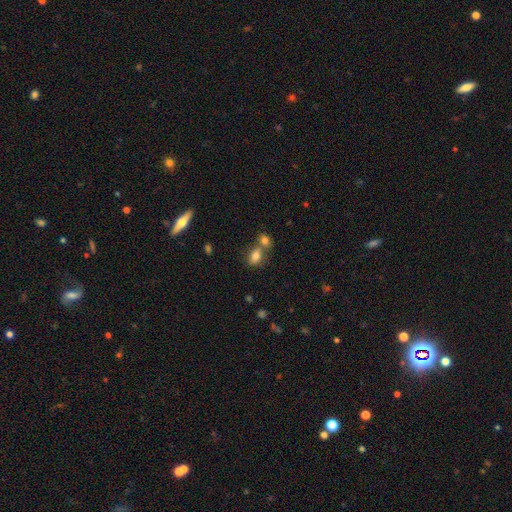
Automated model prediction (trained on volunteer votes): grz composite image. It shows a smooth galaxy with no disk features (78%) that is in between round and cigar-shaped (77%). Merging: merger (45%).